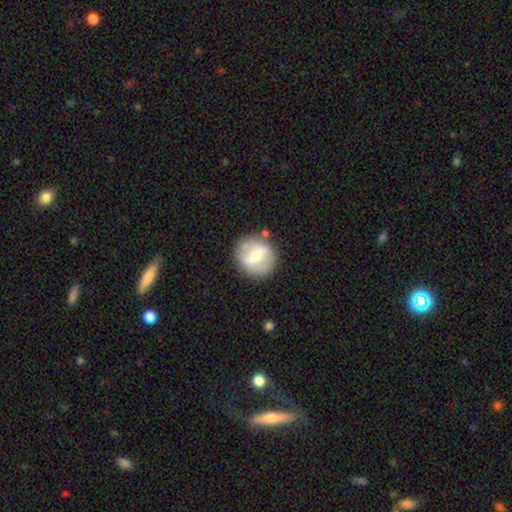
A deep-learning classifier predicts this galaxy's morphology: Q: Smooth or featured?
A: featured or disk (50%); runner-up: smooth (43%)
Q: Edge-on disk?
A: no (95%); runner-up: yes (5%)
Q: Merging?
A: none (81%); runner-up: minor disturbance (11%)